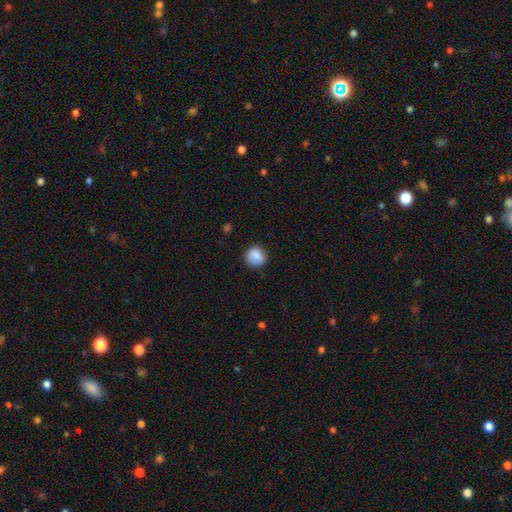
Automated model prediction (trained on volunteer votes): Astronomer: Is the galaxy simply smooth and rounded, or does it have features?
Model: smooth — 86%.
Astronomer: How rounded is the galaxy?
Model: round — 87%.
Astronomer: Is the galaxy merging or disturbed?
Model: none — 84%.